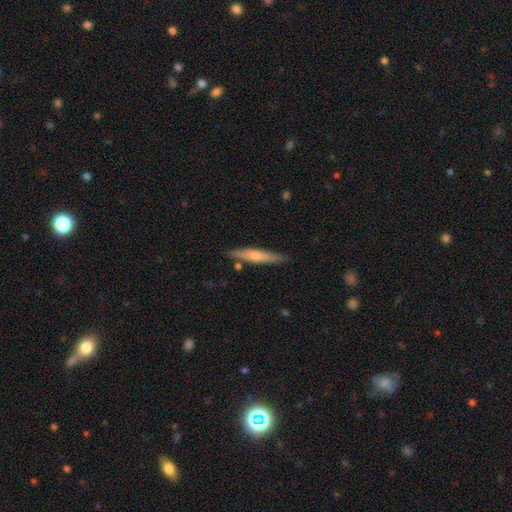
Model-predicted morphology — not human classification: Q: Smooth or featured?
A: smooth (54%); runner-up: featured or disk (41%)
Q: How rounded?
A: cigar-shaped (89%); runner-up: in between (9%)
Q: Merging?
A: none (81%); runner-up: minor disturbance (12%)